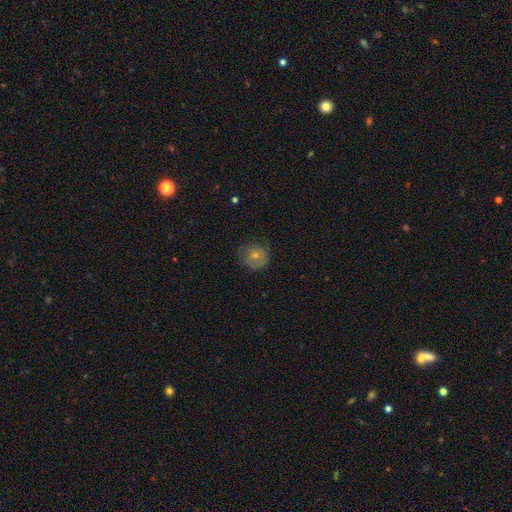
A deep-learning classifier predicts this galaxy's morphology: smooth 63%, featured or disk 28%, star or artifact 9%. Down the decision tree: how rounded — round (82%); merging — none (65%).